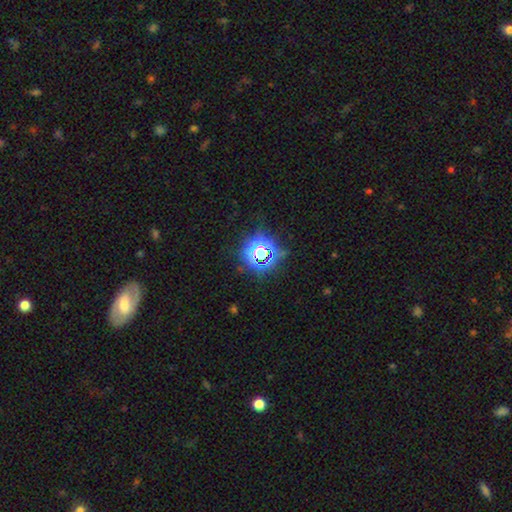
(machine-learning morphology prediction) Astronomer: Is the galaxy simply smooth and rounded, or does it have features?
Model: star or artifact — 73%.